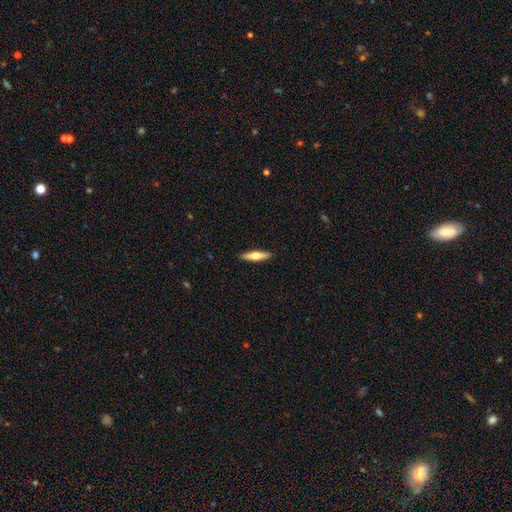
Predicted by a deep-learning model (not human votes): The model was most divided on "smooth or featured": smooth: 53%, featured or disk: 42%, star or artifact: 5%. More confident: merging — none (91%); how rounded — cigar-shaped (78%).